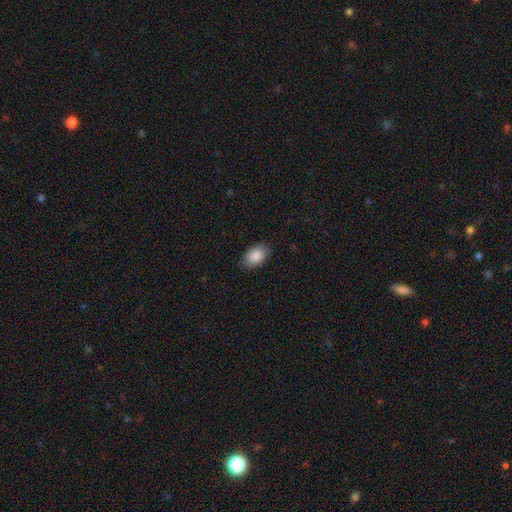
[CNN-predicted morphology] Smooth or featured? Predicted: smooth (p=0.88). How rounded? Predicted: in between (p=0.90). Merging? Predicted: none (p=0.85).